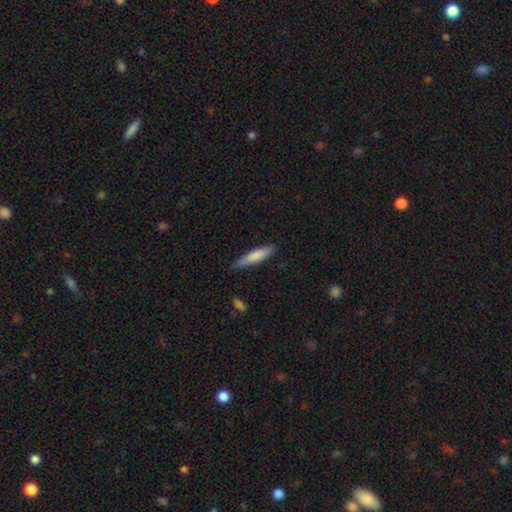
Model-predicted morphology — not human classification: type=smooth (78%); roundness=cigar-shaped (82%); merging=none (83%).